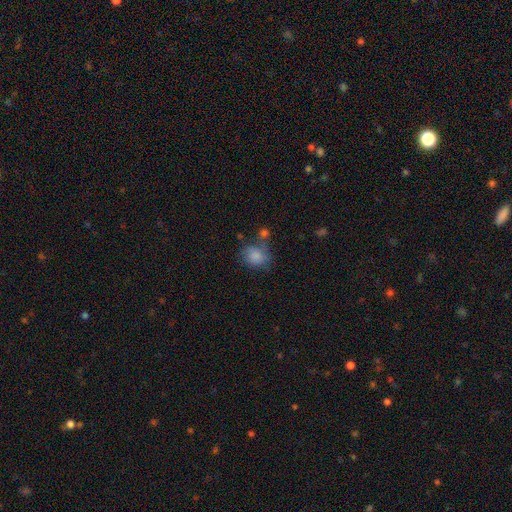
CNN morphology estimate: Smooth or featured? smooth (81%)
How rounded? round (57%)
Merging? none (51%)